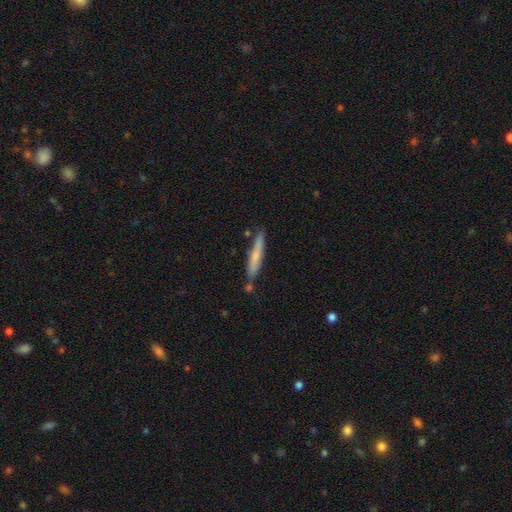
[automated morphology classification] smooth_or_featured: smooth (p=0.65) [alt: featured or disk p=0.29]
how_rounded: cigar-shaped (p=0.93) [alt: in between p=0.06]
merging: none (p=0.77) [alt: minor disturbance p=0.14]